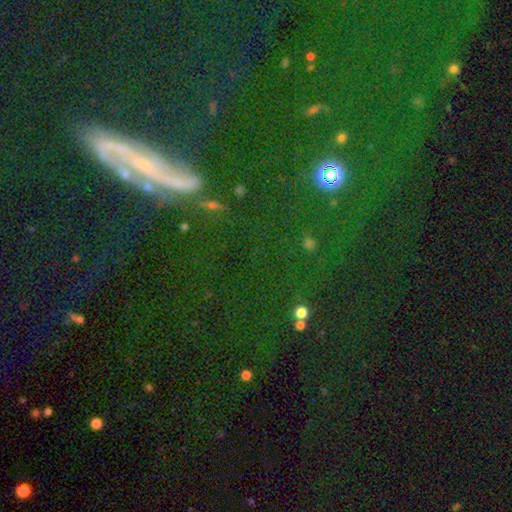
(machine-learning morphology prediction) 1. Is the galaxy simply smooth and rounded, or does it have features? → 45% star or artifact, 30% smooth, 25% featured or disk.